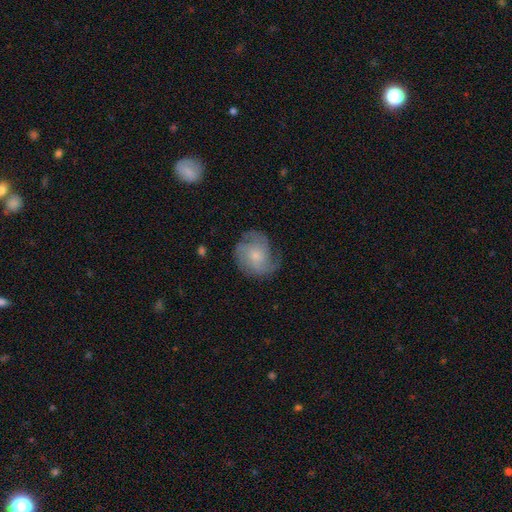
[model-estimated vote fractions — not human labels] smooth_or_featured: featured or disk (p=0.64) [alt: smooth p=0.29]
disk_edge_on: no (p=0.98) [alt: yes p=0.02]
bar: no (p=0.75) [alt: weak p=0.23]
has_spiral_arms: yes (p=0.90) [alt: no p=0.10]
spiral_winding: medium (p=0.42) [alt: tight p=0.39]
spiral_arm_count: 3 (p=0.31) [alt: can't tell p=0.27]
bulge_size: small (p=0.57) [alt: moderate p=0.35]
merging: none (p=0.63) [alt: minor disturbance p=0.24]